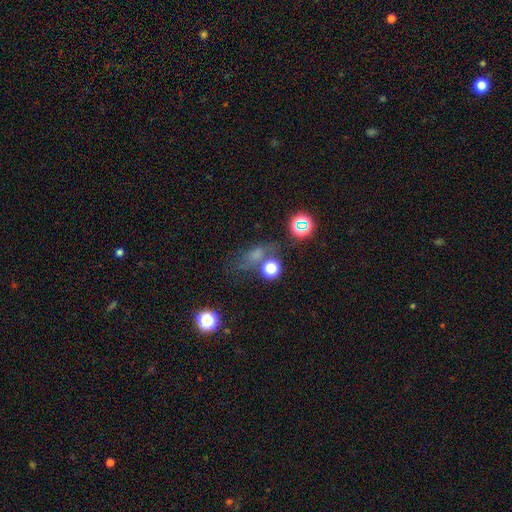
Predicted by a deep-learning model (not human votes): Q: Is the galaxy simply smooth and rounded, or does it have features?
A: smooth — 49%.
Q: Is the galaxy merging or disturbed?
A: none — 51%.